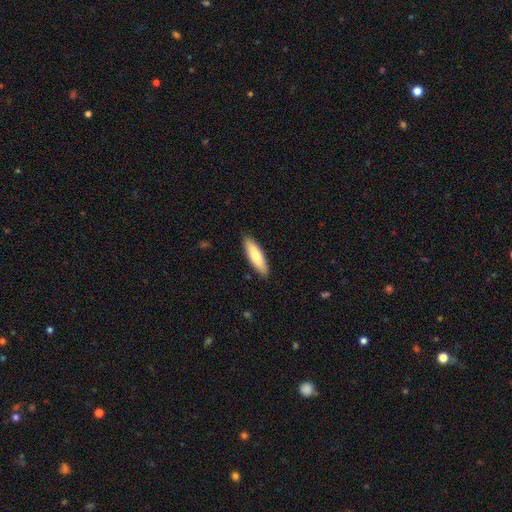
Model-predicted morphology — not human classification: smooth-or-featured: smooth: 72% | featured or disk: 23% | star or artifact: 5%
  how-rounded: cigar-shaped: 58% | in between: 40% | round: 2%
  merging: none: 89% | minor disturbance: 8% | major disturbance: 2% | merger: 1%